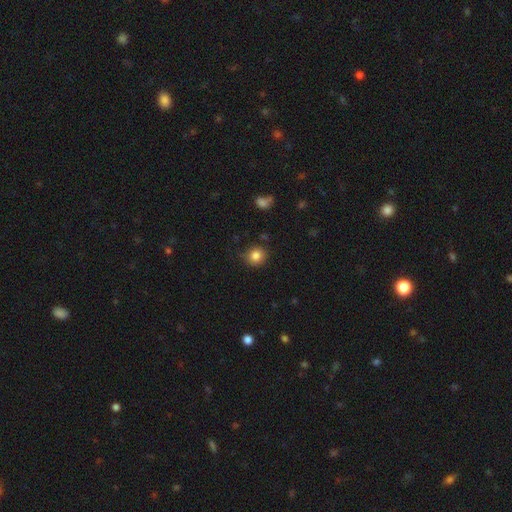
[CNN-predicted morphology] A smooth galaxy with no disk features (83%) that is round (85%).

Vote fractions:
- Smooth or featured? smooth: 83% / star or artifact: 11% / featured or disk: 6%
- How rounded? round: 85% / in between: 14% / cigar-shaped: 1%
- Merging? none: 82% / minor disturbance: 13% / major disturbance: 3% / merger: 2%